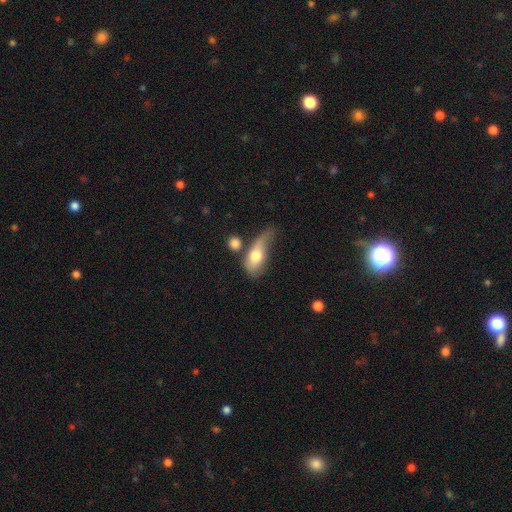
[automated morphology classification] Smooth or featured? Predicted: smooth (p=0.65). How rounded? Predicted: in between (p=0.76). Merging? Predicted: major disturbance (p=0.35).